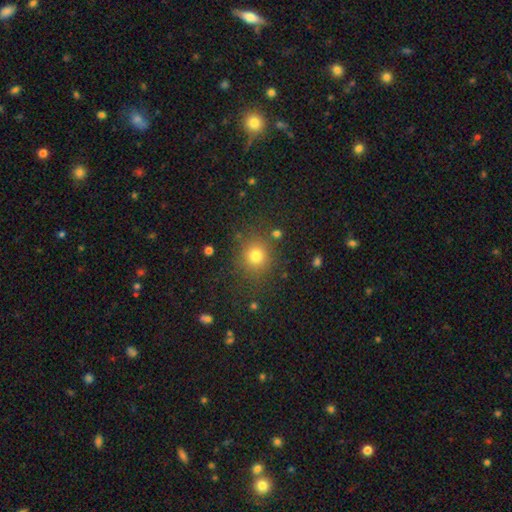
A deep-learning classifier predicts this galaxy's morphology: Smooth or featured: smooth — 77% (star or artifact — 16%)
How rounded: round — 87% (in between — 12%)
Merging: none — 83% (minor disturbance — 10%)